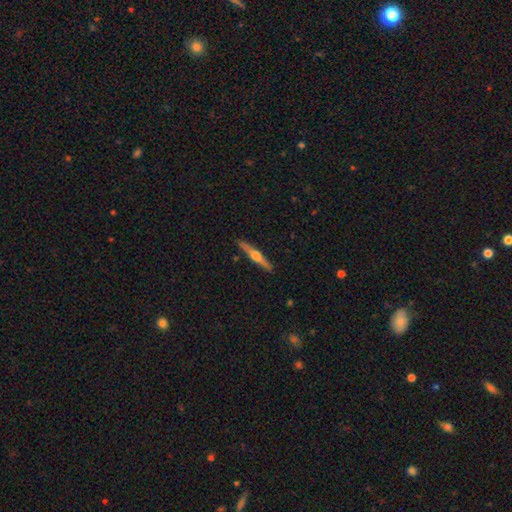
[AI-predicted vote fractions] Morphology: type=featured or disk (74%); edge-on=yes (98%); edge-on bulge=rounded (94%); merging=none (91%).